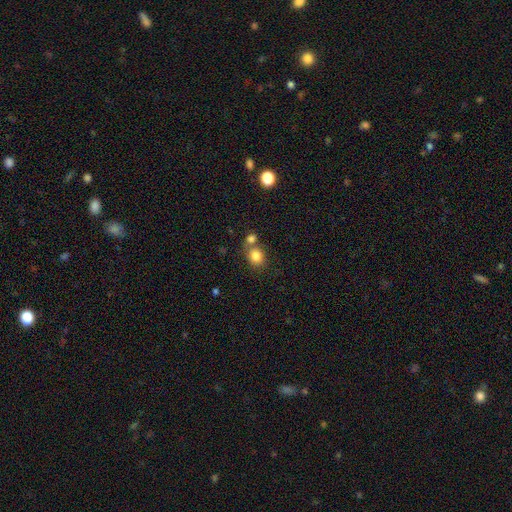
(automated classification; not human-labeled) A smooth galaxy with no disk features (83%) that is round (69%). Merging: none (53%).